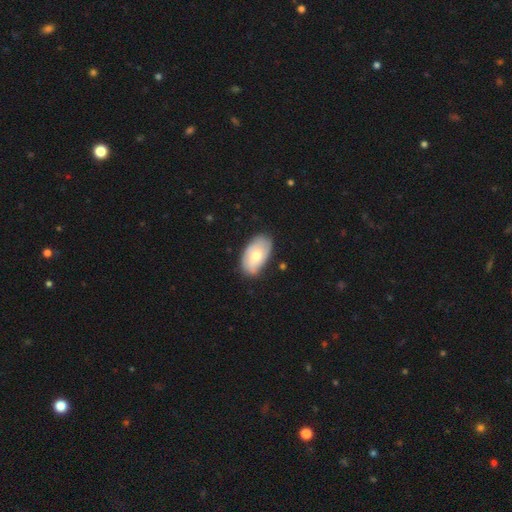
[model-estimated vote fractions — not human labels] Smooth or featured: smooth — 54% (featured or disk — 41%)
How rounded: in between — 93% (round — 5%)
Merging: none — 74% (minor disturbance — 20%)